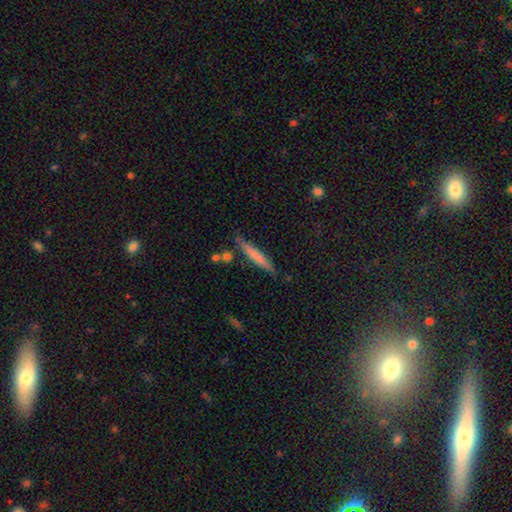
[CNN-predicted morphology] A smooth galaxy with no disk features (65%) that is cigar-shaped (93%).

Vote fractions:
- Smooth or featured? smooth: 65% / featured or disk: 28% / star or artifact: 7%
- How rounded? cigar-shaped: 93% / in between: 5% / round: 2%
- Merging? none: 79% / minor disturbance: 13% / merger: 4% / major disturbance: 3%